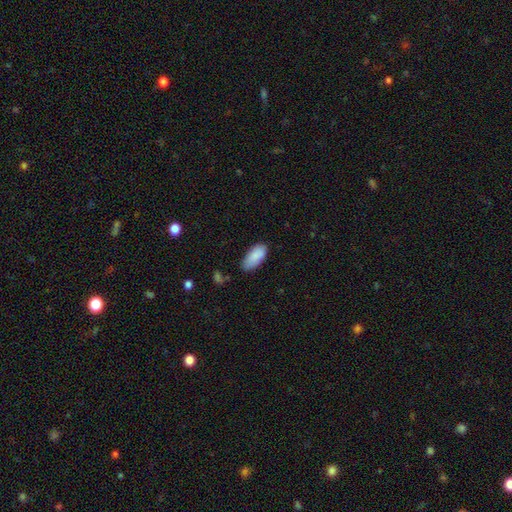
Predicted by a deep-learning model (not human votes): This is clearly a smooth galaxy (88%). How rounded: clearly in between (90%). Merging: likely none (68%).